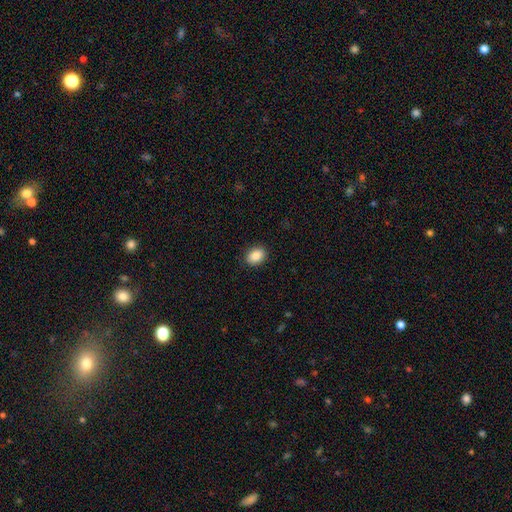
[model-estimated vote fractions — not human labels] This appears to be a smooth galaxy with no disk features (88%) that is in between round and cigar-shaped (66%). Merging: none (89%).